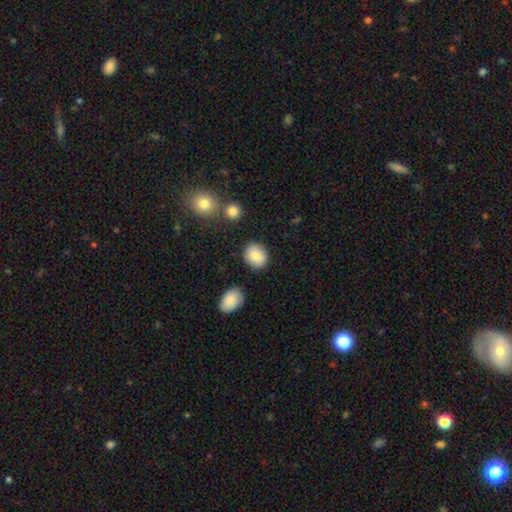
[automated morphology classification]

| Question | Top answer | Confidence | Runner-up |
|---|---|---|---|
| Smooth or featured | smooth | 84% | featured or disk (8%) |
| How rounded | round | 67% | in between (32%) |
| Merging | none | 87% | minor disturbance (8%) |